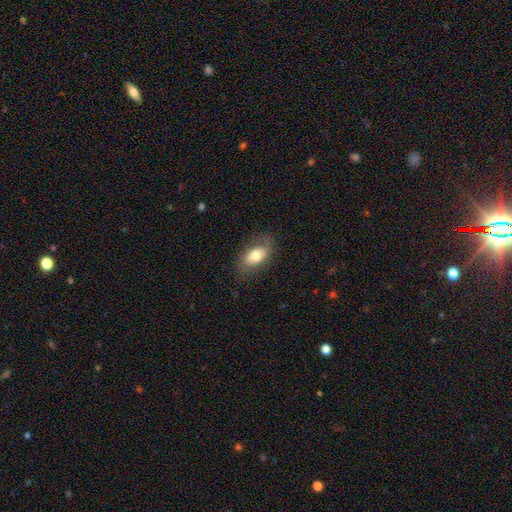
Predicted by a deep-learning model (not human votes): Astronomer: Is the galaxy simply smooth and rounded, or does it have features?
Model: smooth — 68%.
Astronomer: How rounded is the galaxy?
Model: in between — 89%.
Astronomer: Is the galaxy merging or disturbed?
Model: none — 74%.